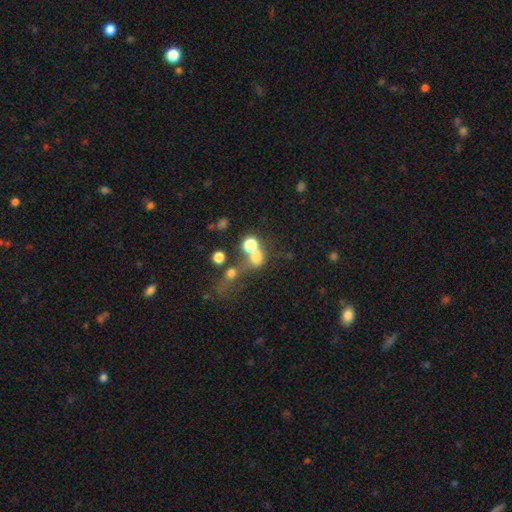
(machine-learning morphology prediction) Q: Smooth or featured?
A: smooth (65%); runner-up: star or artifact (20%)
Q: How rounded?
A: round (67%); runner-up: in between (31%)
Q: Merging?
A: merger (49%); runner-up: none (30%)